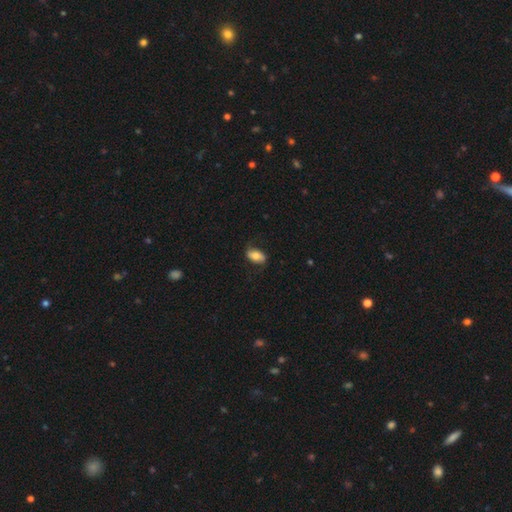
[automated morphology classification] Smooth or featured? Predicted: smooth (p=0.66). How rounded? Predicted: in between (p=0.91). Merging? Predicted: none (p=0.73).